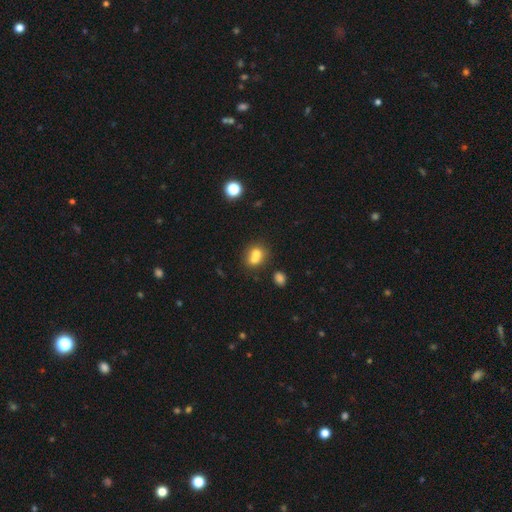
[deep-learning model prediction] Smooth or featured? Predicted: smooth (p=0.67). How rounded? Predicted: round (p=0.69). Merging? Predicted: merger (p=0.62).